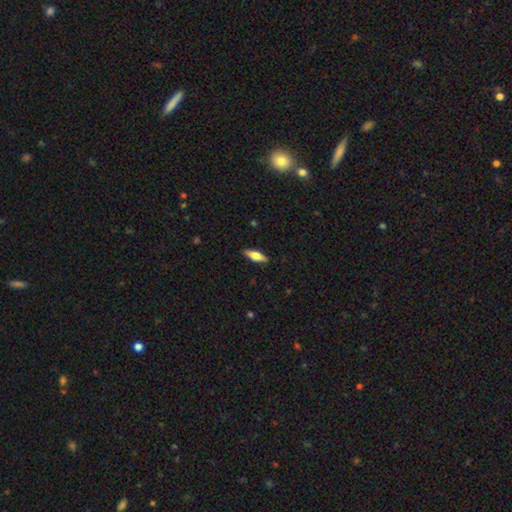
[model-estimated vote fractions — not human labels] A smooth galaxy with no disk features (60%) that is in between round and cigar-shaped (55%).

Vote fractions:
- Smooth or featured? smooth: 60% / featured or disk: 34% / star or artifact: 6%
- How rounded? in between: 55% / cigar-shaped: 43% / round: 2%
- Merging? none: 88% / minor disturbance: 9% / major disturbance: 2% / merger: 1%